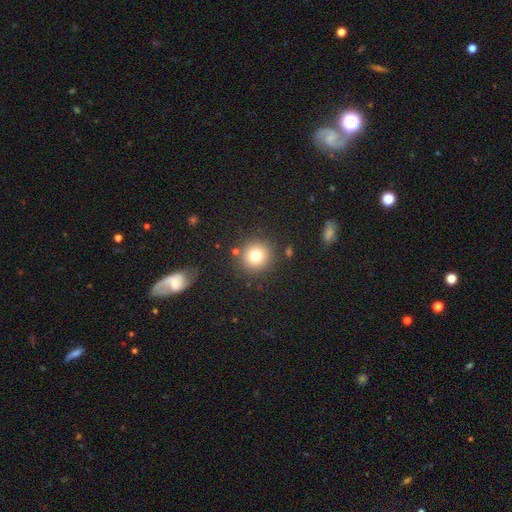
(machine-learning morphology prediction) The model was most divided on "smooth or featured": smooth: 77%, star or artifact: 13%, featured or disk: 10%. More confident: how rounded — round (92%); merging — none (85%).